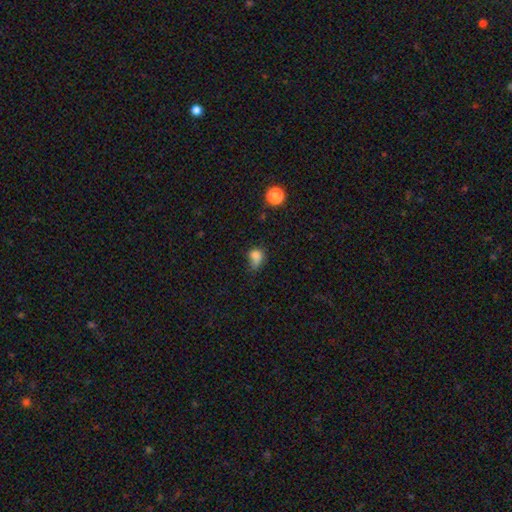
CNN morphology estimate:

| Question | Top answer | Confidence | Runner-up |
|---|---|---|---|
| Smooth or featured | smooth | 77% | star or artifact (13%) |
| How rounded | in between | 51% | round (47%) |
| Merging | minor disturbance | 36% | none (31%) |